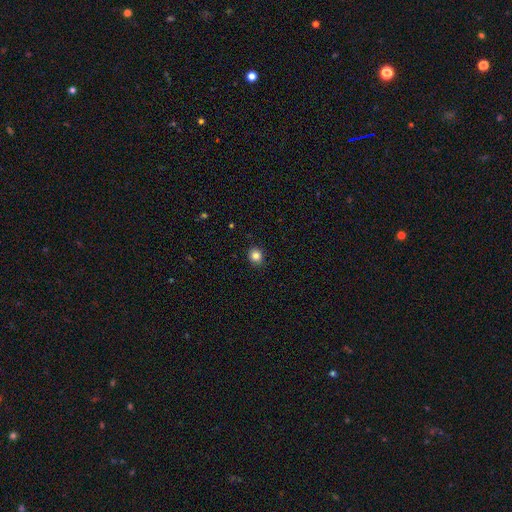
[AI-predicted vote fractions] A smooth galaxy with no disk features (84%) that is round (81%).

Vote fractions:
- Smooth or featured? smooth: 84% / star or artifact: 11% / featured or disk: 5%
- How rounded? round: 81% / in between: 19% / cigar-shaped: 1%
- Merging? none: 90% / minor disturbance: 7% / major disturbance: 2% / merger: 1%